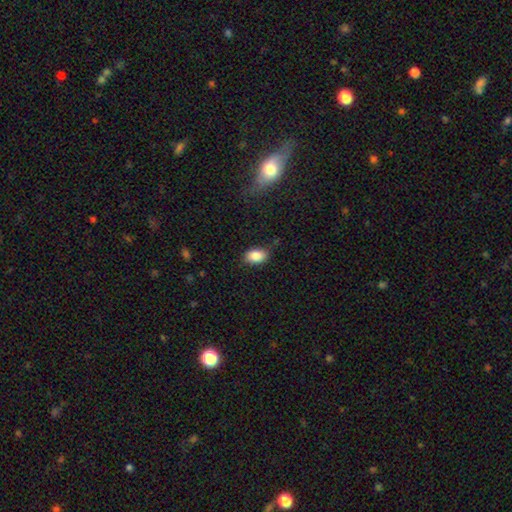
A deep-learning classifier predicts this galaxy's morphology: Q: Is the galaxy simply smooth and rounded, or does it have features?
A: smooth — 86%.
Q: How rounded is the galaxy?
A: in between — 86%.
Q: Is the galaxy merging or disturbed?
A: none — 78%.